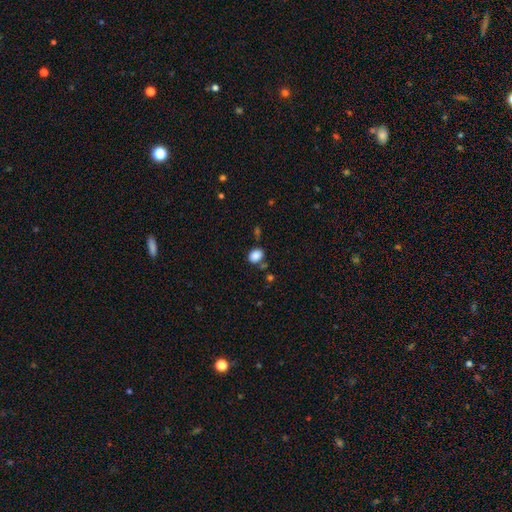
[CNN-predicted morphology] A smooth galaxy with no disk features (86%) that is in between round and cigar-shaped (58%).

Vote fractions:
- Smooth or featured? smooth: 86% / star or artifact: 10% / featured or disk: 4%
- How rounded? in between: 58% / round: 41% / cigar-shaped: 1%
- Merging? none: 70% / minor disturbance: 16% / merger: 9% / major disturbance: 5%